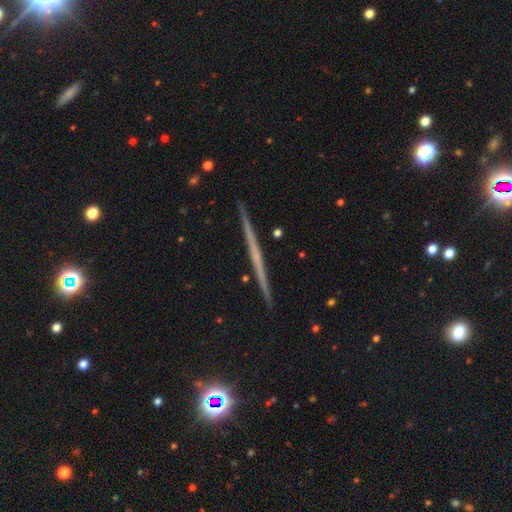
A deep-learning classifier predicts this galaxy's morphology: Smooth or featured?
  - featured or disk: 68% *
  - smooth: 22%
  - star or artifact: 10%
Edge-on disk?
  - yes: 98% *
  - no: 2%
Edge-on bulge?
  - none: 78% *
  - rounded: 16%
  - boxy: 5%
Merging?
  - none: 92% *
  - minor disturbance: 5%
  - major disturbance: 1%
  - merger: 1%